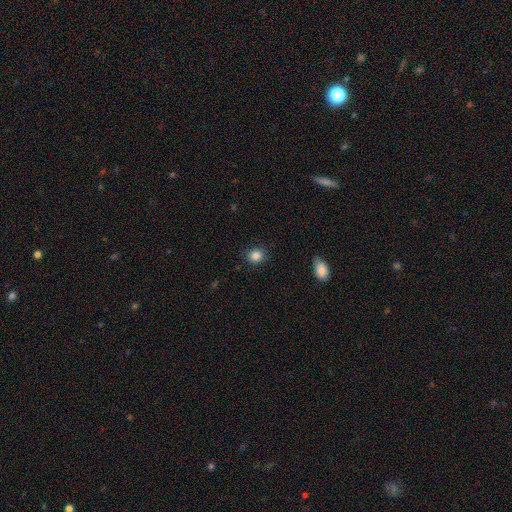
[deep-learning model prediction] Smooth or featured? smooth (86%)
How rounded? round (79%)
Merging? none (87%)